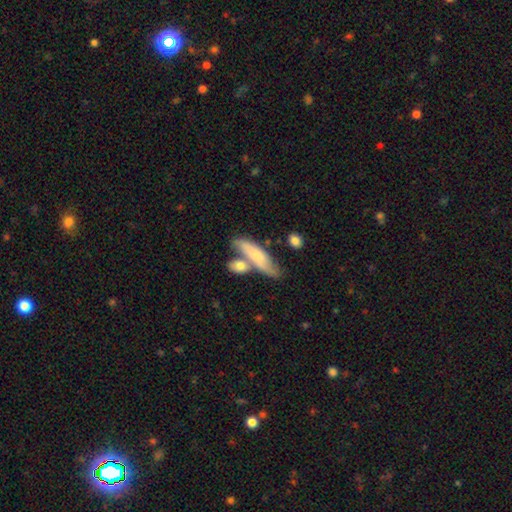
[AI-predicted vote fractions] Smooth or featured: smooth — 59% (featured or disk — 36%)
How rounded: cigar-shaped — 49% (in between — 47%)
Merging: none — 45% (merger — 32%)